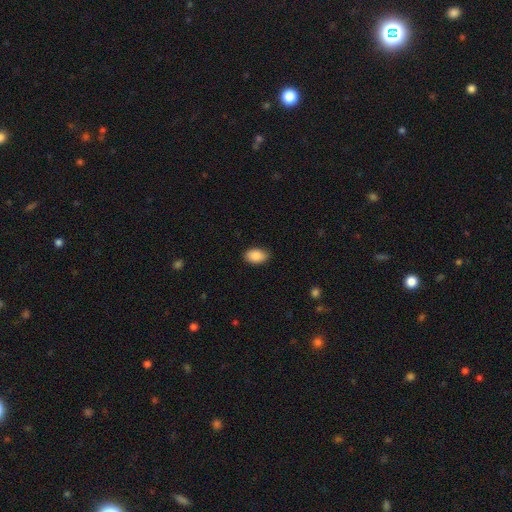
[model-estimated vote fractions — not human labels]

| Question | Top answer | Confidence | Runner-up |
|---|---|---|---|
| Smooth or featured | smooth | 89% | star or artifact (7%) |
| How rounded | in between | 90% | round (8%) |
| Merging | none | 84% | minor disturbance (12%) |